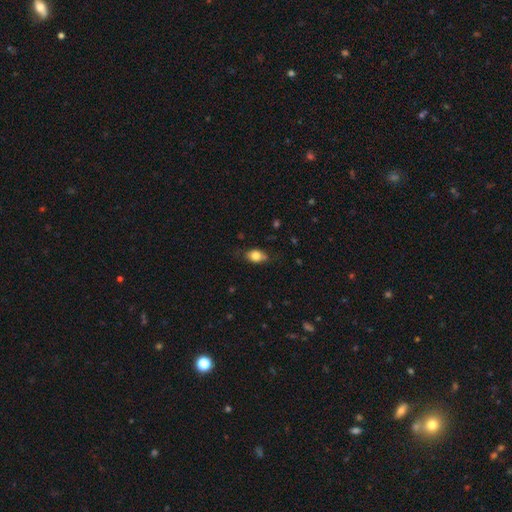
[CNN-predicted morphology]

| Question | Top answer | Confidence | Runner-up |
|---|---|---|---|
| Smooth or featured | smooth | 78% | featured or disk (14%) |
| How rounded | in between | 77% | round (19%) |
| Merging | none | 69% | minor disturbance (24%) |